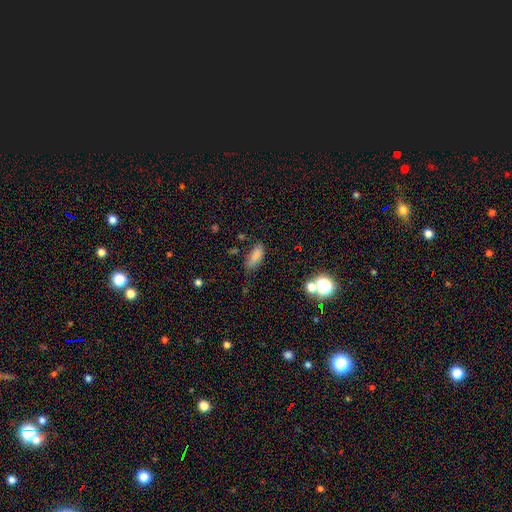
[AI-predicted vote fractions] This is clearly a smooth galaxy (81%). How rounded: likely in between (76%). Merging: likely none (66%).